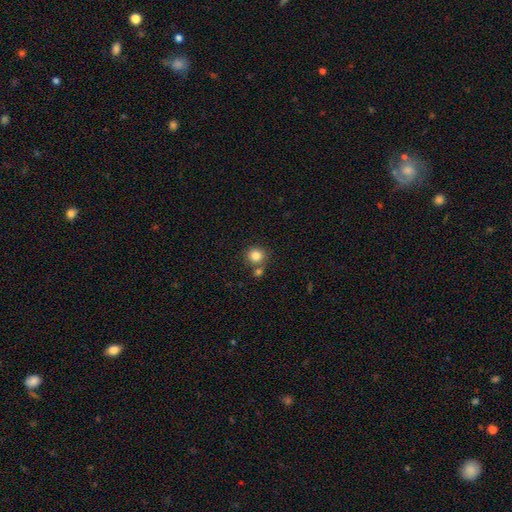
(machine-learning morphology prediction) smooth 83%, star or artifact 11%, featured or disk 6%. Down the decision tree: how rounded — round (88%); merging — none (68%).